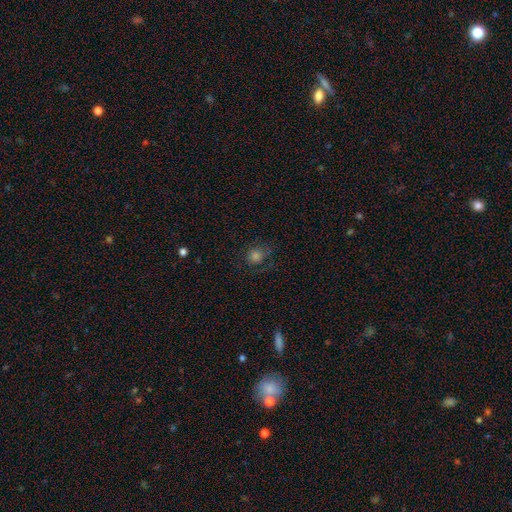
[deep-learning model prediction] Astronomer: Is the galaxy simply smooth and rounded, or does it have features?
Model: smooth — 65%.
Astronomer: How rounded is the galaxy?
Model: round — 77%.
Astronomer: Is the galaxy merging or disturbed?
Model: none — 63%.